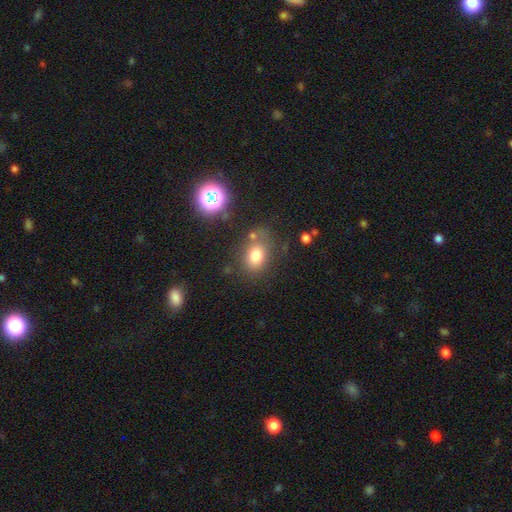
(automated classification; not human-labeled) The model was most divided on "how rounded": in between: 62%, round: 36%, cigar-shaped: 1%. More confident: smooth or featured — smooth (76%); merging — none (66%).